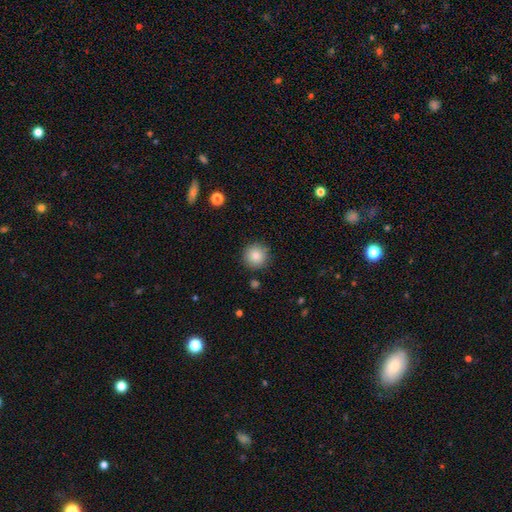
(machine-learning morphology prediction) smooth 86%, star or artifact 9%, featured or disk 5%. Down the decision tree: how rounded — round (95%); merging — none (89%).